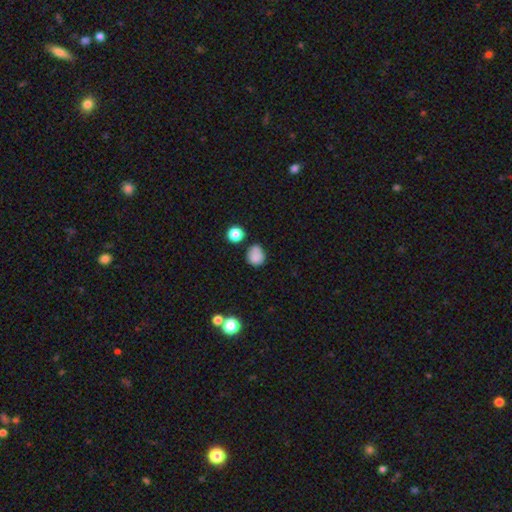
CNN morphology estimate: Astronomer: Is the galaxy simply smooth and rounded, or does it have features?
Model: smooth — 81%.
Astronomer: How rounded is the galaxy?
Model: round — 70%.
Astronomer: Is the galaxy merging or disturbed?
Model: none — 59%.